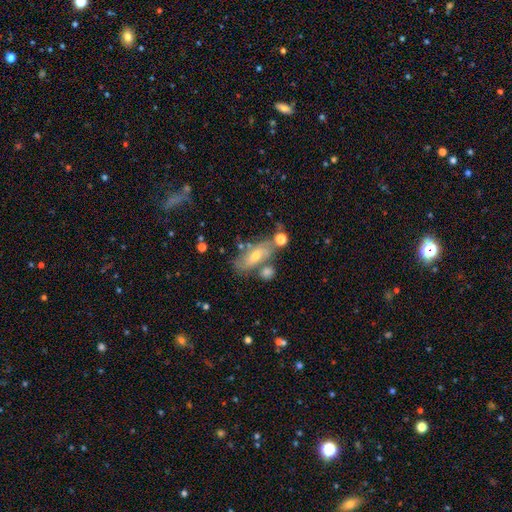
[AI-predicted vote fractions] Smooth or featured? Predicted: featured or disk (p=0.48). Merging? Predicted: none (p=0.53).